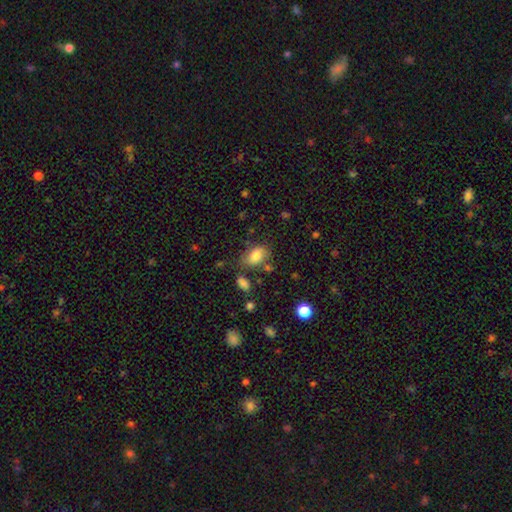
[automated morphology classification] Smooth or featured?
  - smooth: 75% *
  - featured or disk: 16%
  - star or artifact: 9%
How rounded?
  - in between: 85% *
  - round: 13%
  - cigar-shaped: 2%
Merging?
  - none: 60% *
  - minor disturbance: 23%
  - major disturbance: 9%
  - merger: 8%